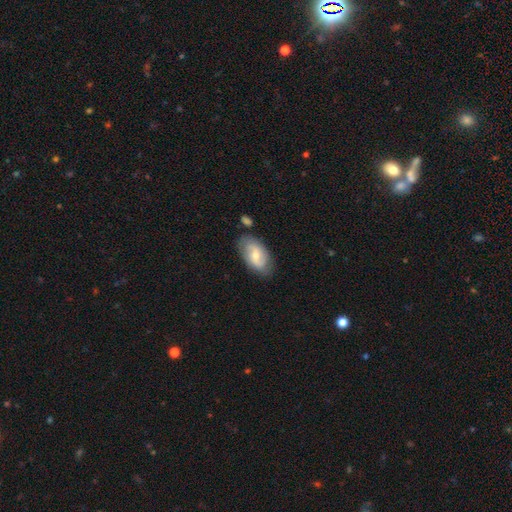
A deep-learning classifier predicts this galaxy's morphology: smooth_or_featured: featured or disk (p=0.49) [alt: smooth p=0.45]
merging: none (p=0.72) [alt: minor disturbance p=0.19]